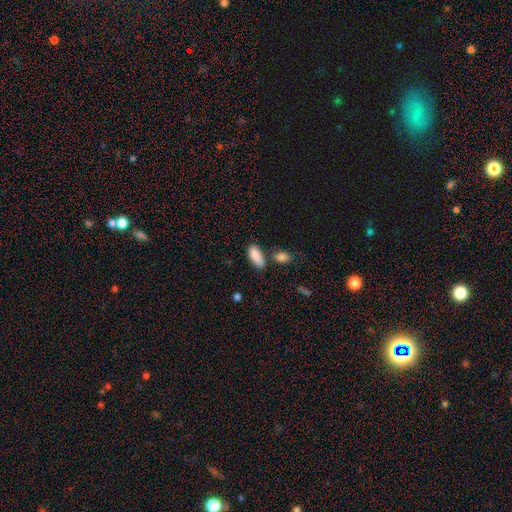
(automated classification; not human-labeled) The model was most divided on "merging": none: 65%, minor disturbance: 17%, merger: 14%, major disturbance: 4%. More confident: smooth or featured — smooth (87%); how rounded — in between (84%).